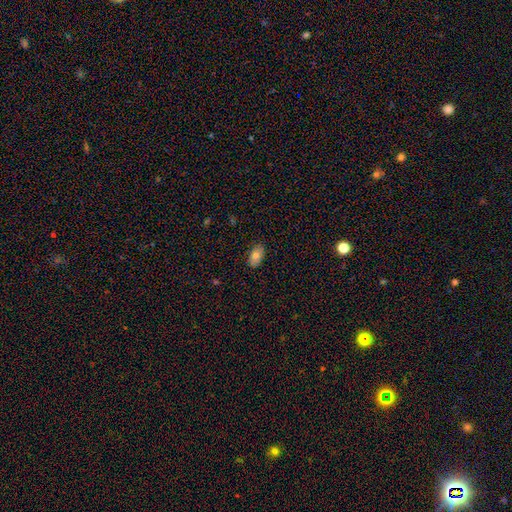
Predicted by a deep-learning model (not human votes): smooth-or-featured: smooth: 75% | featured or disk: 18% | star or artifact: 8%
  how-rounded: in between: 92% | round: 6% | cigar-shaped: 2%
  merging: none: 86% | minor disturbance: 11% | major disturbance: 2% | merger: 1%